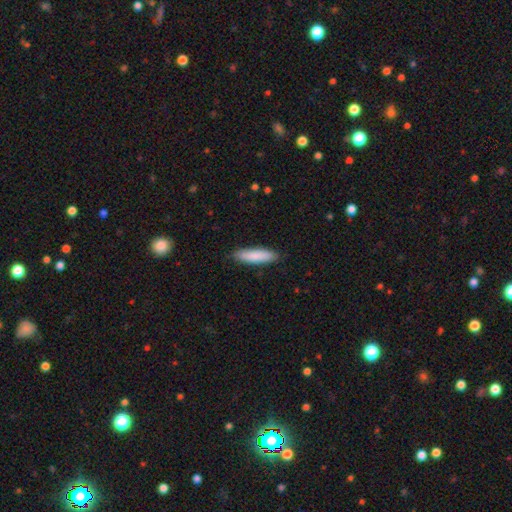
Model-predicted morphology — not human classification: smooth_or_featured: smooth (p=0.86) [alt: featured or disk p=0.09]
how_rounded: cigar-shaped (p=0.71) [alt: in between p=0.28]
merging: none (p=0.88) [alt: minor disturbance p=0.10]